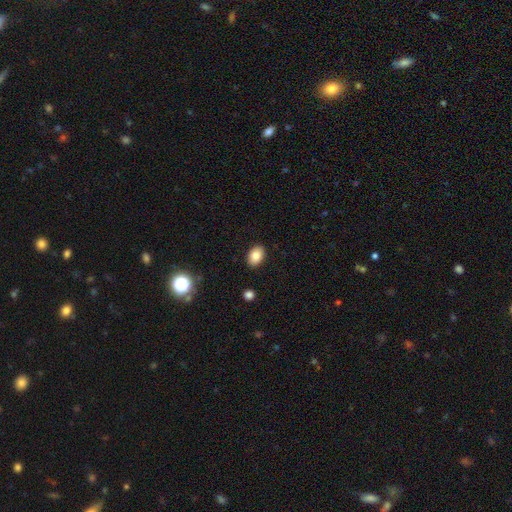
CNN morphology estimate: Smooth or featured?
  - smooth: 84% *
  - star or artifact: 9%
  - featured or disk: 7%
How rounded?
  - in between: 85% *
  - round: 14%
  - cigar-shaped: 1%
Merging?
  - none: 88% *
  - minor disturbance: 8%
  - major disturbance: 2%
  - merger: 1%